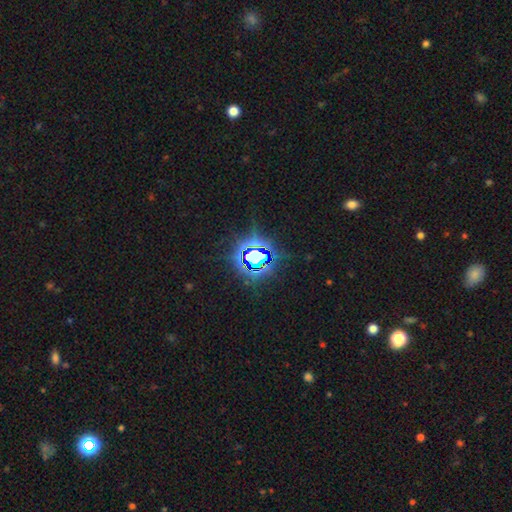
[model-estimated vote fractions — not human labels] Smooth or featured? Predicted: star or artifact (p=0.79).